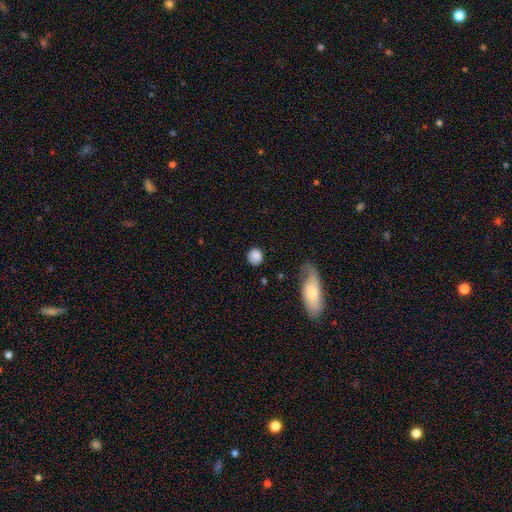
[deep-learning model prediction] Morphology: type=smooth (85%); roundness=round (87%); merging=none (82%).